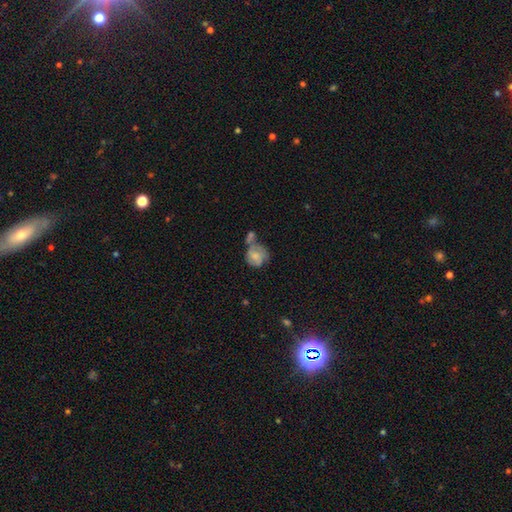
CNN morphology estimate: Smooth or featured?
  - smooth: 60% *
  - featured or disk: 31%
  - star or artifact: 8%
How rounded?
  - round: 67% *
  - in between: 32%
  - cigar-shaped: 1%
Merging?
  - merger: 37% *
  - none: 27%
  - minor disturbance: 20%
  - major disturbance: 16%